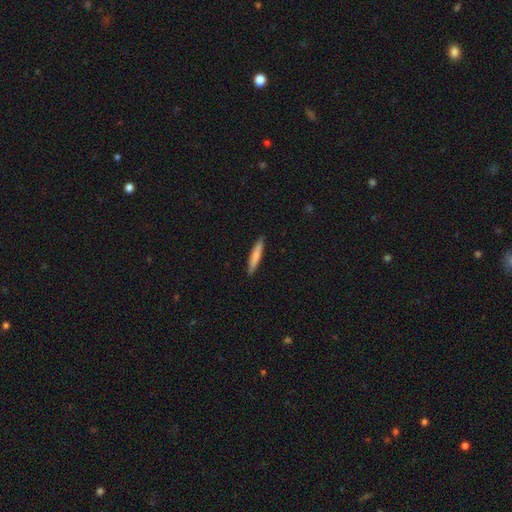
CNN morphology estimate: A smooth galaxy with no disk features (75%) that is cigar-shaped (92%).

Vote fractions:
- Smooth or featured? smooth: 75% / featured or disk: 19% / star or artifact: 5%
- How rounded? cigar-shaped: 92% / in between: 7% / round: 1%
- Merging? none: 90% / minor disturbance: 7% / major disturbance: 1% / merger: 1%